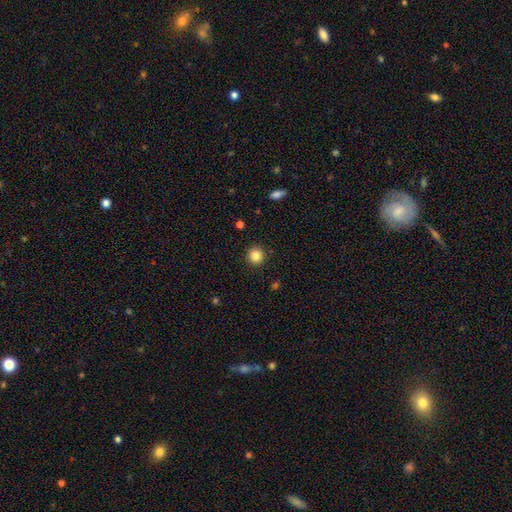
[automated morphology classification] A smooth galaxy with no disk features (85%) that is round (94%).

Vote fractions:
- Smooth or featured? smooth: 85% / star or artifact: 11% / featured or disk: 4%
- How rounded? round: 94% / in between: 5% / cigar-shaped: 1%
- Merging? none: 92% / minor disturbance: 5% / major disturbance: 2% / merger: 1%